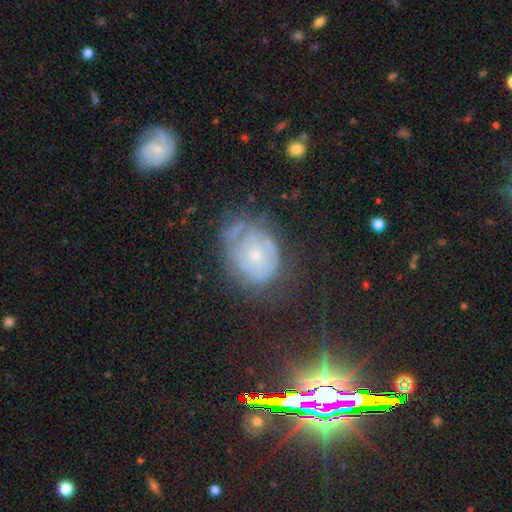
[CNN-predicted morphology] Smooth or featured?
  - featured or disk: 66% *
  - smooth: 21%
  - star or artifact: 13%
Edge-on disk?
  - no: 97% *
  - yes: 3%
Bar?
  - no: 76% *
  - weak: 20%
  - strong: 4%
Spiral arms?
  - yes: 77% *
  - no: 23%
Bulge size?
  - small: 58% *
  - moderate: 34%
  - none: 5%
  - large: 3%
  - dominant: 1%
Merging?
  - none: 54% *
  - minor disturbance: 27%
  - major disturbance: 16%
  - merger: 3%